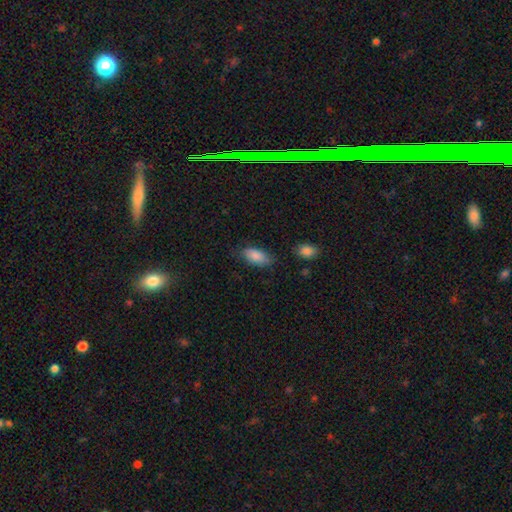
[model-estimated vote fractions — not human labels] smooth 86%, star or artifact 7%, featured or disk 7%. Down the decision tree: how rounded — in between (91%); merging — none (71%).